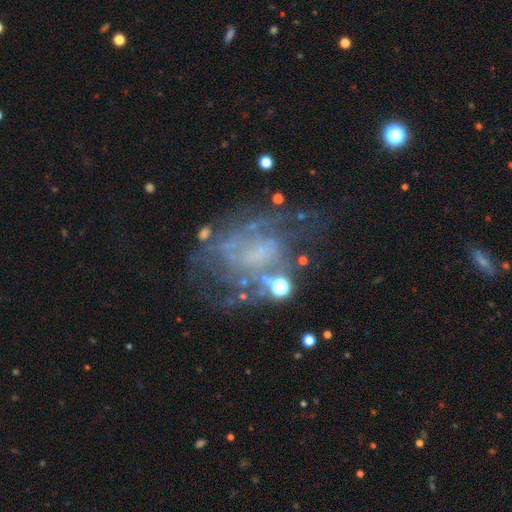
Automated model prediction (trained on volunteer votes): The model was most divided on "spiral winding": medium: 40%, tight: 39%, loose: 22%. Remaining: edge-on disk — no (97%); smooth or featured — featured or disk (74%); spiral arms — yes (70%); bar — no (64%); bulge size — none (60%); merging — none (53%); spiral arm count — can't tell (43%).